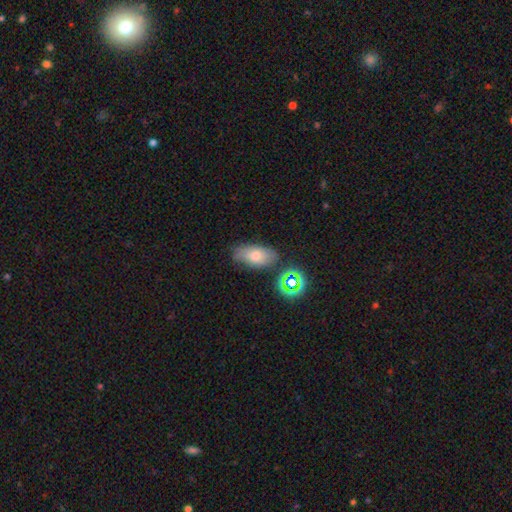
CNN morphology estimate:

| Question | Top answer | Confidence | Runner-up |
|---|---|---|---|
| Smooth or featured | smooth | 65% | featured or disk (21%) |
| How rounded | in between | 87% | round (7%) |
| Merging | none | 67% | minor disturbance (21%) |